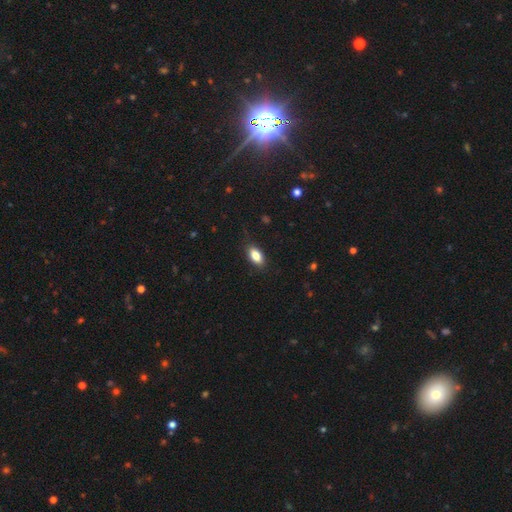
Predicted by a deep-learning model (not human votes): A smooth galaxy with no disk features (85%) that is in between round and cigar-shaped (89%).

Vote fractions:
- Smooth or featured? smooth: 85% / featured or disk: 8% / star or artifact: 7%
- How rounded? in between: 89% / cigar-shaped: 6% / round: 4%
- Merging? none: 85% / minor disturbance: 12% / major disturbance: 3% / merger: 1%